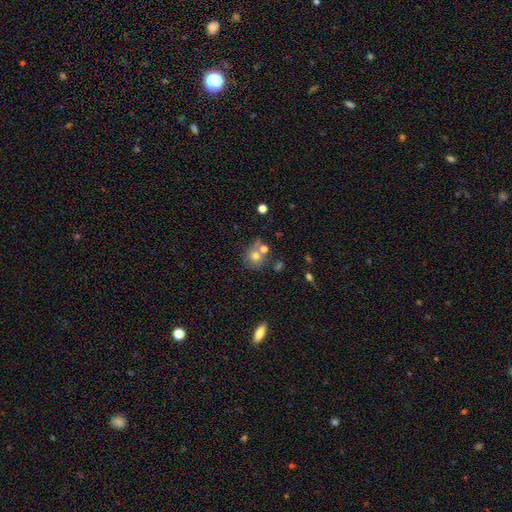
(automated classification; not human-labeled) smooth 71%, featured or disk 16%, star or artifact 13%. Down the decision tree: how rounded — round (84%); merging — none (53%).